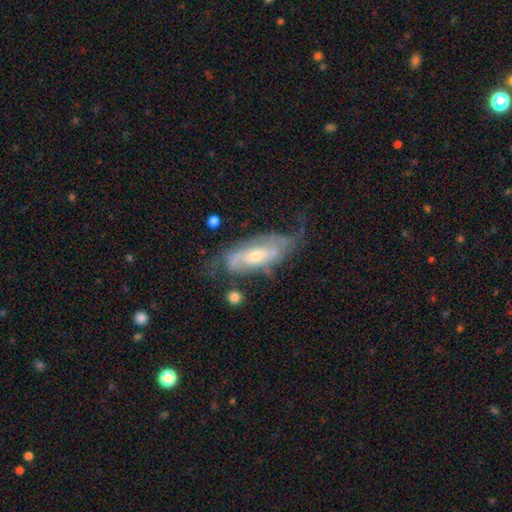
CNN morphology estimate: This is likely a featured or disk galaxy (76%). It is clearly not viewed edge-on (85%). Bar: possibly no (48%). Spiral arm pattern: clearly yes (86%). Spiral arm count: possibly 2 (54%). Spiral winding: marginally medium (39%). Central bulge: possibly small (48%). Merging: possibly none (50%).